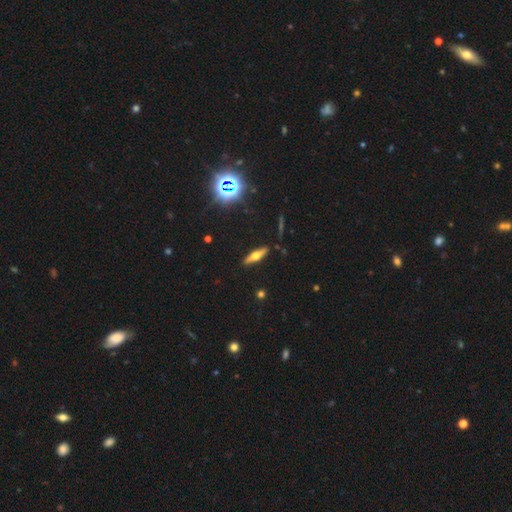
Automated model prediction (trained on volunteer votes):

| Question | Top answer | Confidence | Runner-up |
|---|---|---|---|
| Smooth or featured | featured or disk | 55% | smooth (34%) |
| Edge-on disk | yes | 91% | no (9%) |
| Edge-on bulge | rounded | 94% | boxy (3%) |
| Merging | none | 89% | minor disturbance (8%) |